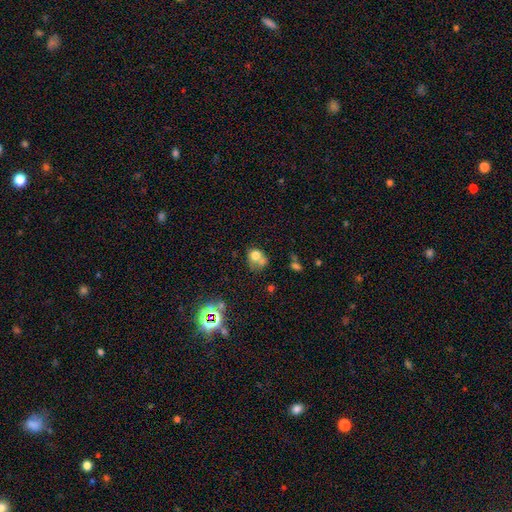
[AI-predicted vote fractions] This appears to be a smooth galaxy with no disk features (69%) that is round (64%). Merging: merger (46%).